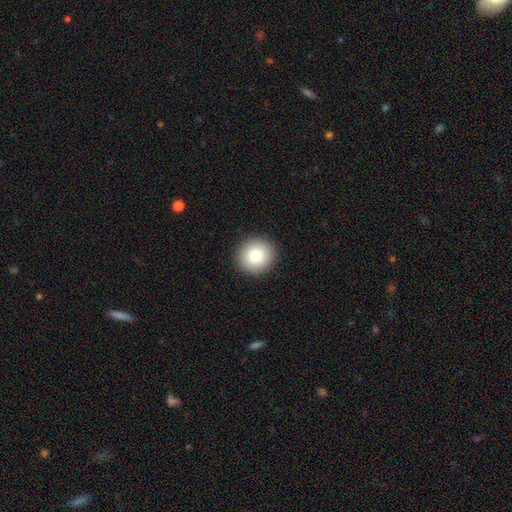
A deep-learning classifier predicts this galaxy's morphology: smooth_or_featured: smooth (p=0.78) [alt: featured or disk p=0.12]
how_rounded: round (p=0.93) [alt: in between p=0.06]
merging: none (p=0.92) [alt: minor disturbance p=0.05]